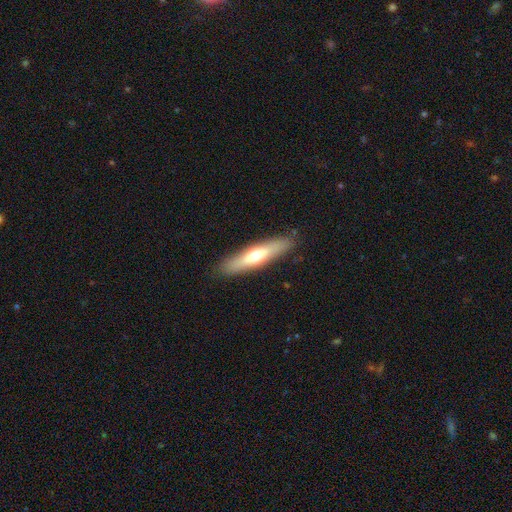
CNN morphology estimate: Smooth or featured?
  - smooth: 52% *
  - featured or disk: 42%
  - star or artifact: 6%
How rounded?
  - cigar-shaped: 79% *
  - in between: 19%
  - round: 2%
Merging?
  - none: 88% *
  - minor disturbance: 8%
  - major disturbance: 2%
  - merger: 1%